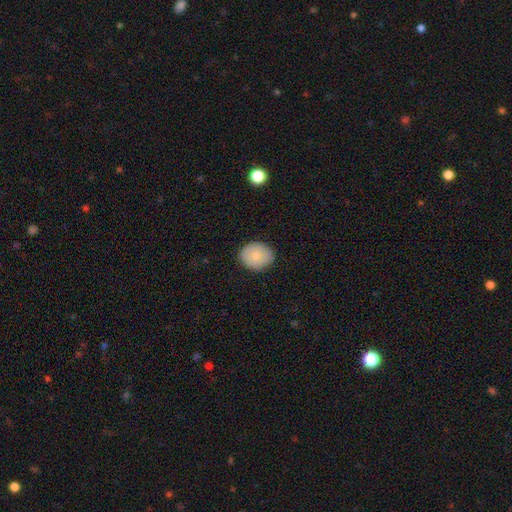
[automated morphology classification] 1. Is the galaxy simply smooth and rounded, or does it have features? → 76% smooth, 17% featured or disk, 8% star or artifact.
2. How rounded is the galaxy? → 61% round, 38% in between, 1% cigar-shaped.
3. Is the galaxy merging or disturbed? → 84% none, 13% minor disturbance, 2% major disturbance, 1% merger.